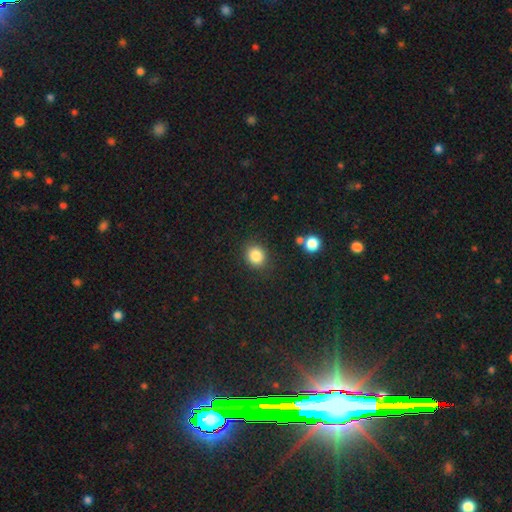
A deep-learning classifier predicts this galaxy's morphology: This is clearly a smooth galaxy (85%). How rounded: likely round (72%). Merging: clearly none (85%).